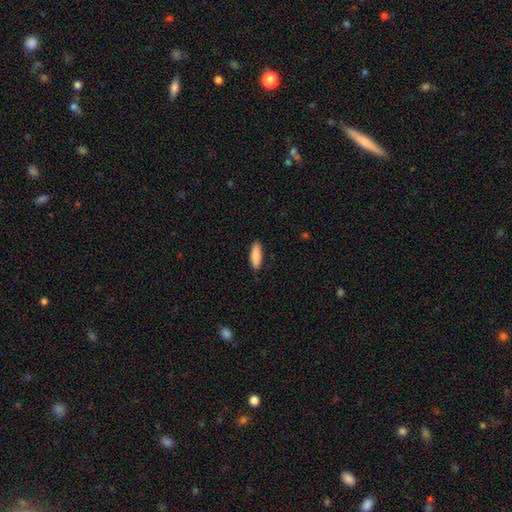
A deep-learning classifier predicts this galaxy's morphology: Smooth or featured? Predicted: smooth (p=0.87). How rounded? Predicted: in between (p=0.57). Merging? Predicted: none (p=0.88).